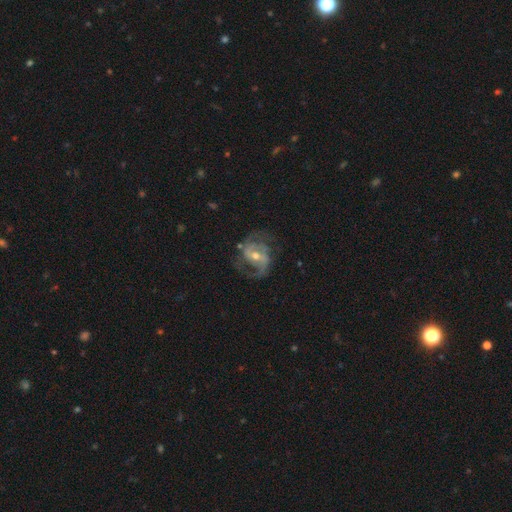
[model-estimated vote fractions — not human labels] Smooth or featured? featured or disk (87%)
Edge-on disk? no (97%)
Bar? weak (45%)
Spiral arms? yes (95%)
Spiral winding? medium (53%)
Spiral arm count? 2 (79%)
Bulge size? moderate (63%)
Merging? none (65%)